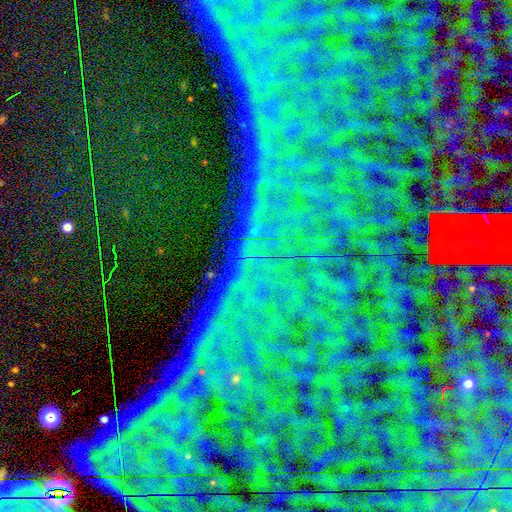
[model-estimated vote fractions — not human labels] Morphology: type=star or artifact (86%).